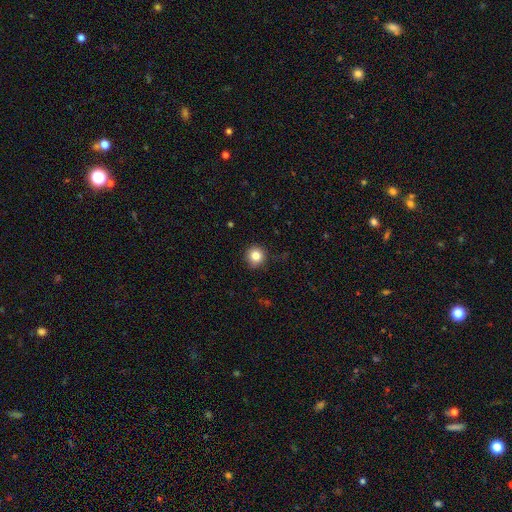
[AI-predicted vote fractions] Morphology: type=smooth (84%); roundness=round (94%); merging=none (89%).